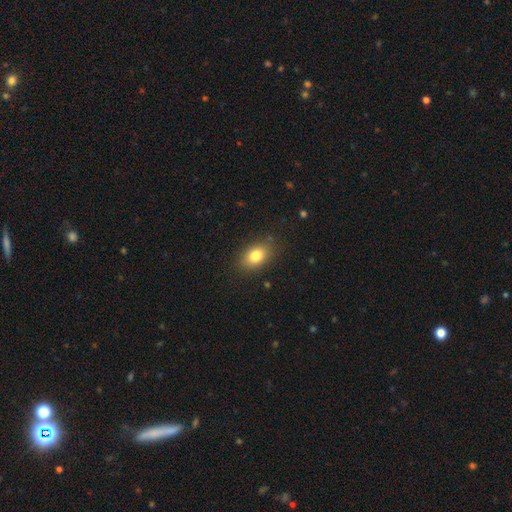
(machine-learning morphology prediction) Smooth or featured?
  - smooth: 81% *
  - featured or disk: 10%
  - star or artifact: 9%
How rounded?
  - in between: 82% *
  - round: 16%
  - cigar-shaped: 2%
Merging?
  - none: 83% *
  - minor disturbance: 12%
  - major disturbance: 3%
  - merger: 1%